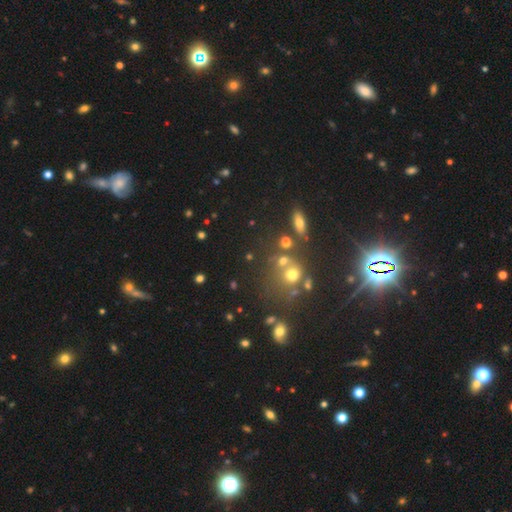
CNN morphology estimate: Smooth or featured?
  - star or artifact: 61% *
  - smooth: 29%
  - featured or disk: 9%